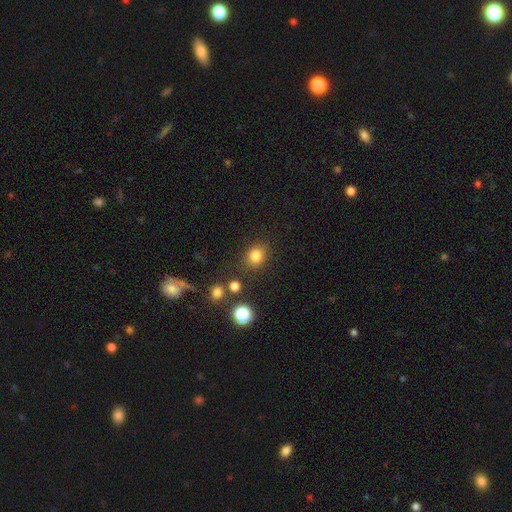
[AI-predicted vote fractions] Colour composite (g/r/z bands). It shows a smooth galaxy with no disk features (81%) that is round (68%). Merging: none (83%).